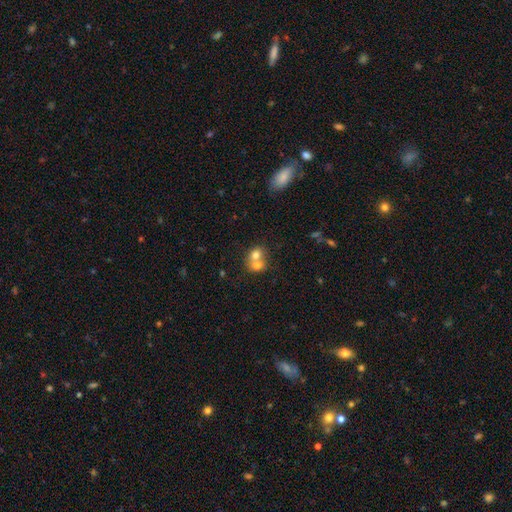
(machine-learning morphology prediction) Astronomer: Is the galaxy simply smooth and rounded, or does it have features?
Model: smooth — 71%.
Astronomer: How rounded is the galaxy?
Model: round — 62%.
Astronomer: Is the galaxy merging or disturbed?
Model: merger — 70%.